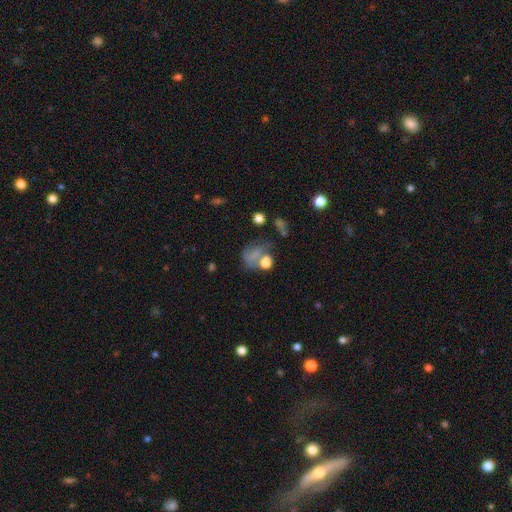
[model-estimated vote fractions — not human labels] smooth 54%, featured or disk 25%, star or artifact 21%. Down the decision tree: how rounded — round (49%, tied with in between); merging — none (33%).